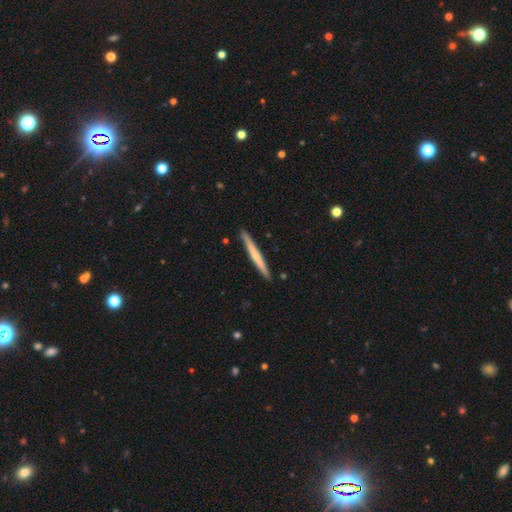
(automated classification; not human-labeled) Smooth or featured: featured or disk — 48% (smooth — 47%)
Merging: none — 91% (minor disturbance — 7%)